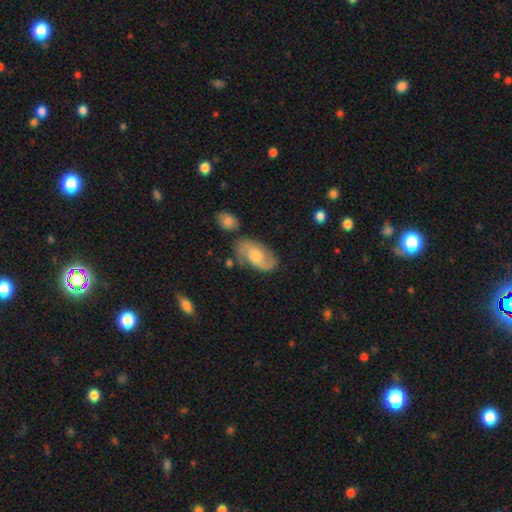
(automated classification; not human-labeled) The model was most divided on "spiral winding": medium: 47%, loose: 31%, tight: 22%. More confident: edge-on disk — no (95%); spiral arms — yes (92%); spiral arm count — 2 (86%); merging — none (73%); smooth or featured — featured or disk (69%); bulge size — moderate (60%); bar — no (60%).